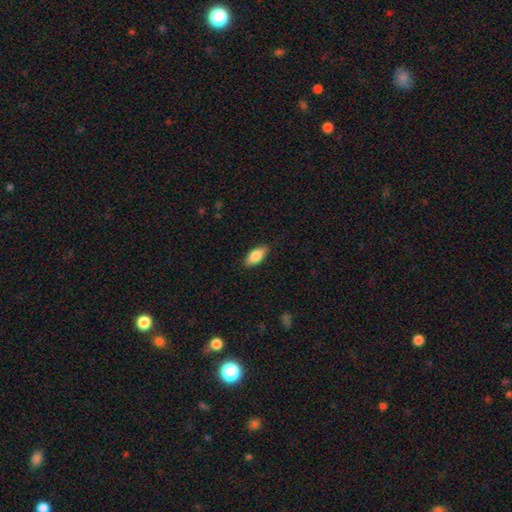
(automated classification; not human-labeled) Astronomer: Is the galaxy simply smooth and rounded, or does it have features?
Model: smooth — 81%.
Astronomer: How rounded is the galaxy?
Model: in between — 86%.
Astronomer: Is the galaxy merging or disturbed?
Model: none — 86%.